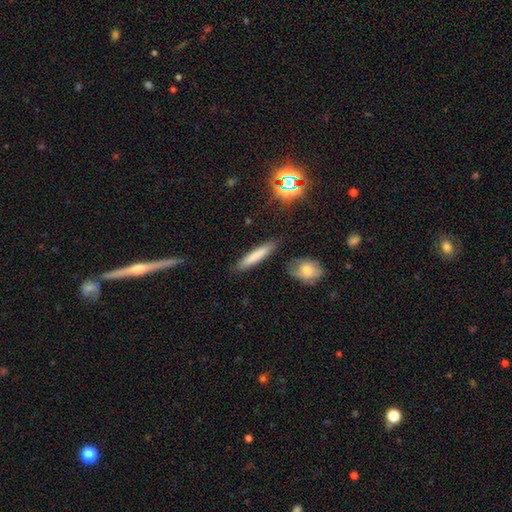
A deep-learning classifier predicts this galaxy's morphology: smooth 78%, featured or disk 14%, star or artifact 8%. Down the decision tree: how rounded — cigar-shaped (88%); merging — none (86%).